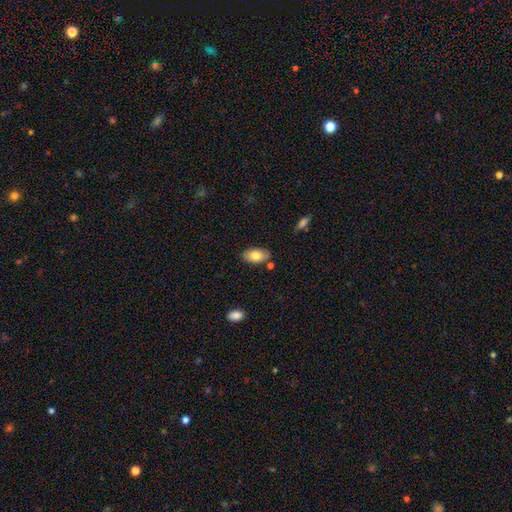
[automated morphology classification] Smooth or featured? smooth (78%)
How rounded? in between (94%)
Merging? none (80%)